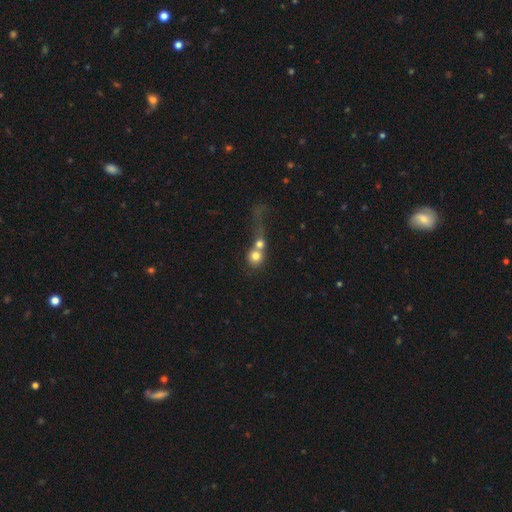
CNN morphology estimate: This appears to be a smooth galaxy with no disk features (69%) that is round (83%). Merging: merger (65%).